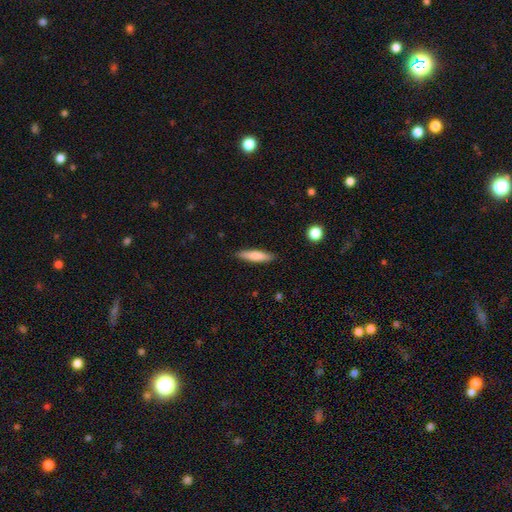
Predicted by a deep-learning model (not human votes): smooth_or_featured: smooth (p=0.77) [alt: featured or disk p=0.17]
how_rounded: cigar-shaped (p=0.80) [alt: in between p=0.18]
merging: none (p=0.88) [alt: minor disturbance p=0.09]